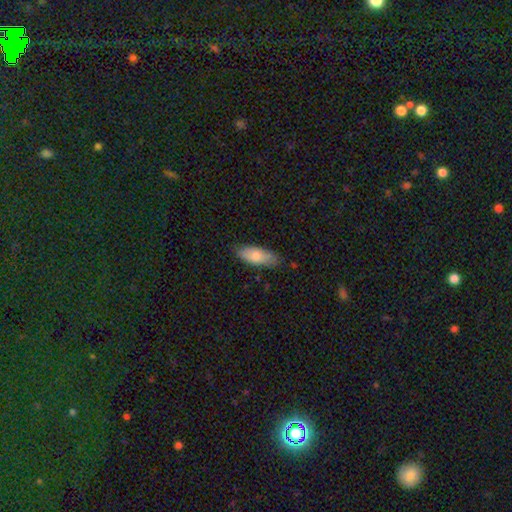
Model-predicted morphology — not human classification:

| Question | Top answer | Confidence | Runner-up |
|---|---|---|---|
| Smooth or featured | smooth | 79% | featured or disk (16%) |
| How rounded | in between | 73% | cigar-shaped (25%) |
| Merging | none | 77% | minor disturbance (19%) |